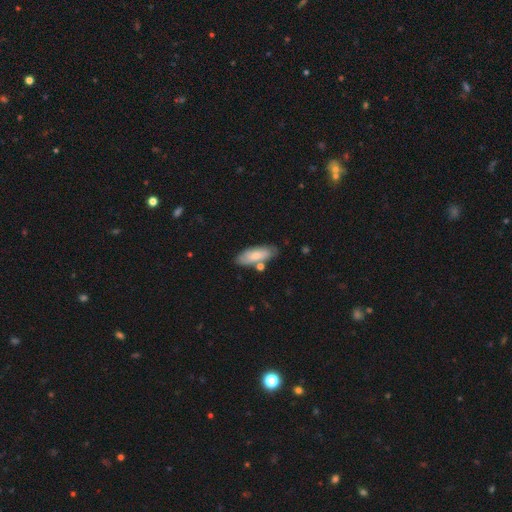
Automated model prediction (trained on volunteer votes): smooth-or-featured: smooth: 74% | featured or disk: 21% | star or artifact: 6%
  how-rounded: in between: 70% | cigar-shaped: 28% | round: 2%
  merging: none: 74% | minor disturbance: 14% | merger: 8% | major disturbance: 3%